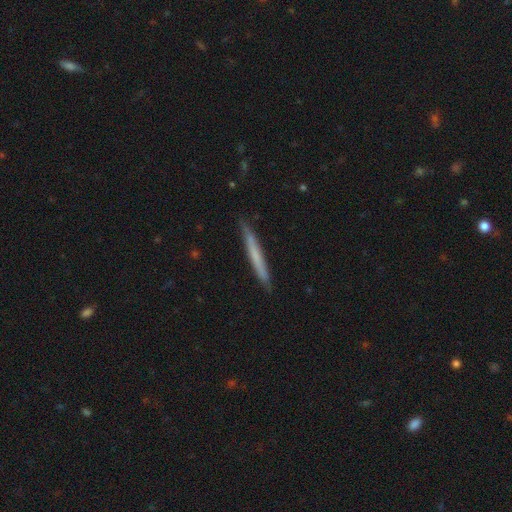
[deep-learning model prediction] This is possibly a smooth galaxy (59%). How rounded: clearly cigar-shaped (97%). Merging: clearly none (89%).